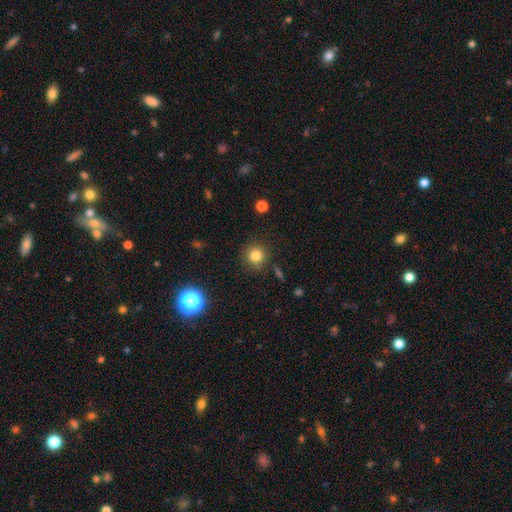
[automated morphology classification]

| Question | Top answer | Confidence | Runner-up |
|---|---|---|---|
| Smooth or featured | smooth | 82% | star or artifact (12%) |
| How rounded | round | 92% | in between (7%) |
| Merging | none | 87% | minor disturbance (8%) |